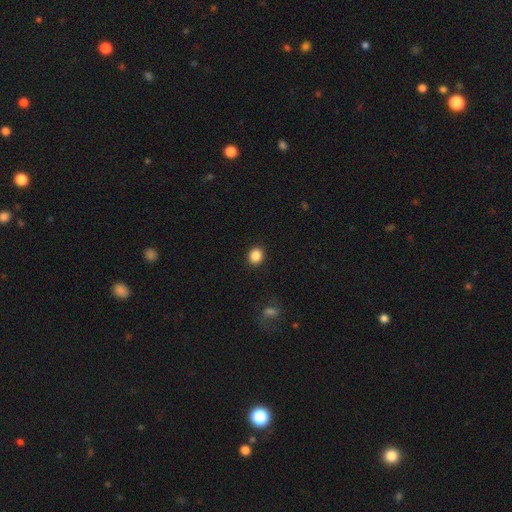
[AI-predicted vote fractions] This is clearly a smooth galaxy (87%). How rounded: likely round (76%). Merging: clearly none (91%).